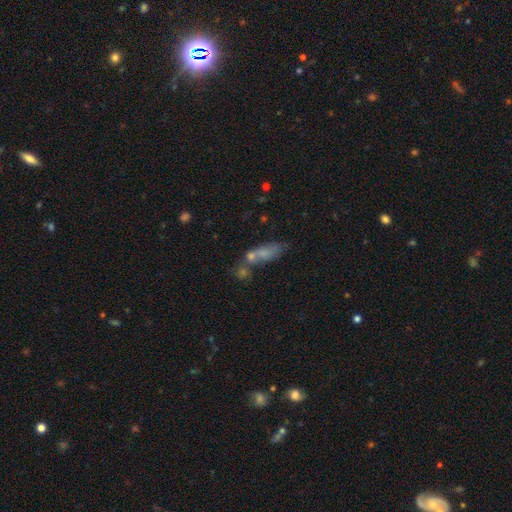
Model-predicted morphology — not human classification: smooth-or-featured: smooth: 55% | featured or disk: 27% | star or artifact: 19%
  how-rounded: cigar-shaped: 46% (tied) | in between: 46% (tied) | round: 8%
  merging: none: 43% | merger: 33% | minor disturbance: 14% | major disturbance: 9%